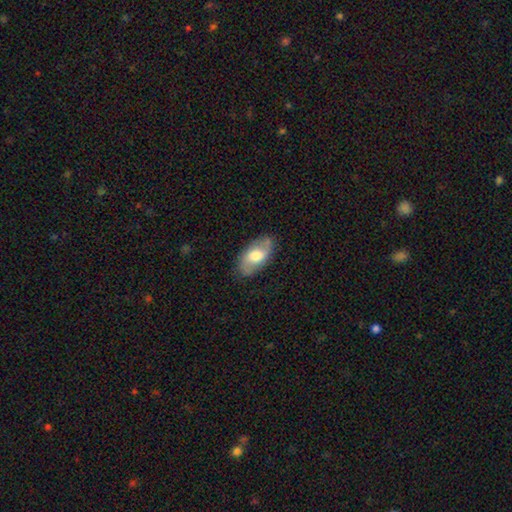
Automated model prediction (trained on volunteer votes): smooth_or_featured: smooth (p=0.52) [alt: featured or disk p=0.41]
how_rounded: in between (p=0.93) [alt: round p=0.04]
merging: none (p=0.78) [alt: minor disturbance p=0.16]